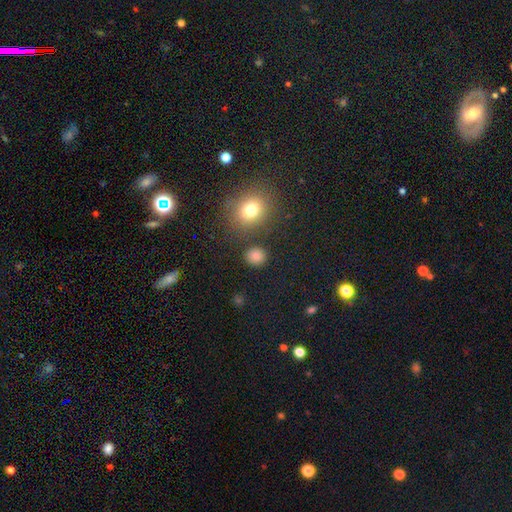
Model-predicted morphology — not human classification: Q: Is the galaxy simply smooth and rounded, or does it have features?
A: smooth — 80%.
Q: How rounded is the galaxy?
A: round — 81%.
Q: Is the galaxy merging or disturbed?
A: none — 86%.